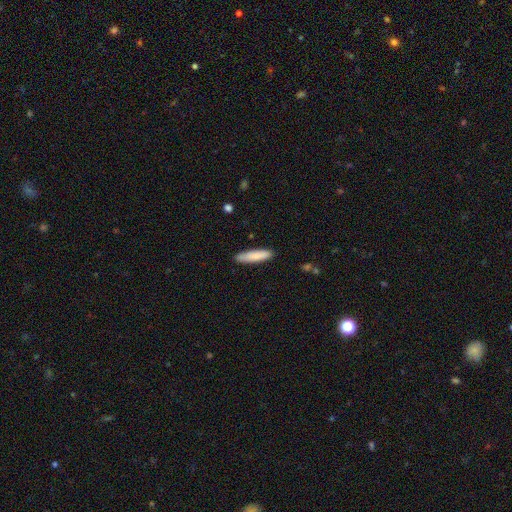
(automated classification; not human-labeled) This appears to be a smooth galaxy with no disk features (84%) that is cigar-shaped (81%). Merging: none (88%).